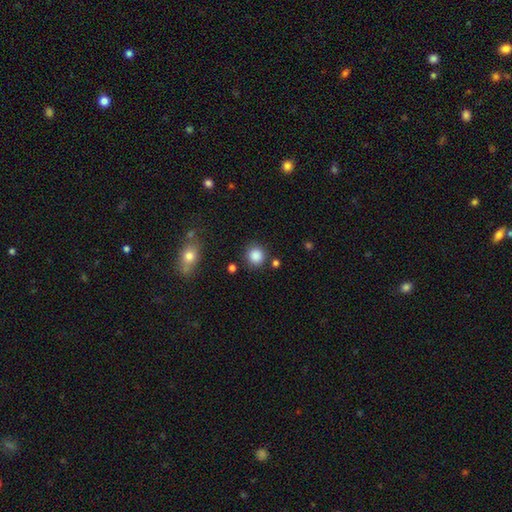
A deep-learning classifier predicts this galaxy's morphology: smooth 86%, star or artifact 10%, featured or disk 4%. Down the decision tree: how rounded — round (88%); merging — none (83%).